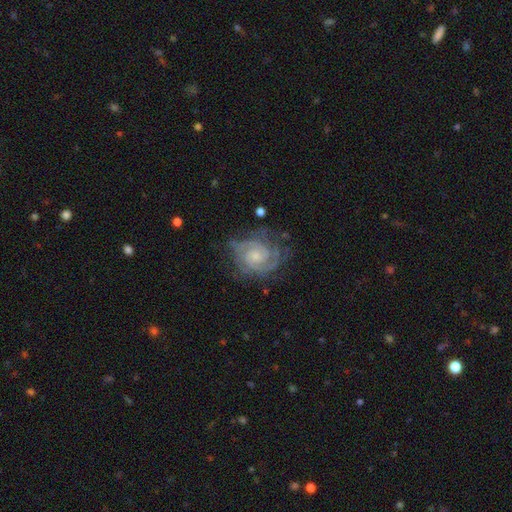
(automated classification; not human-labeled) A featured or disk galaxy (89%) with no bar (65%), 2 (58%) tight (72%) spiral arms (98%) and a small central bulge (59%).

Vote fractions:
- Smooth or featured? featured or disk: 89% / smooth: 5% / star or artifact: 5%
- Edge-on disk? no: 98% / yes: 2%
- Bar? no: 65% / weak: 29% / strong: 6%
- Spiral arms? yes: 98% / no: 2%
- Spiral winding? tight: 72% / medium: 25% / loose: 3%
- Spiral arm count? 2: 58% / 3: 18% / can't tell: 12% / 4: 5% / 1: 3% / more than 4: 3%
- Bulge size? small: 59% / moderate: 32% / none: 6% / large: 2% / dominant: 1%
- Merging? none: 70% / minor disturbance: 19% / major disturbance: 9% / merger: 2%